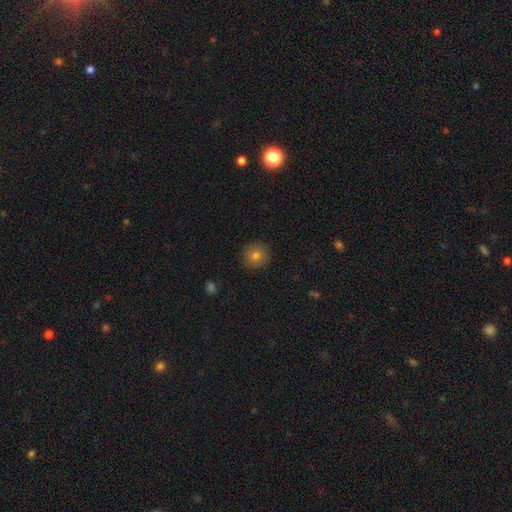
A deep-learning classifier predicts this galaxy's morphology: Overall: smooth (78%). How rounded: round (93%). Merging: none (91%).